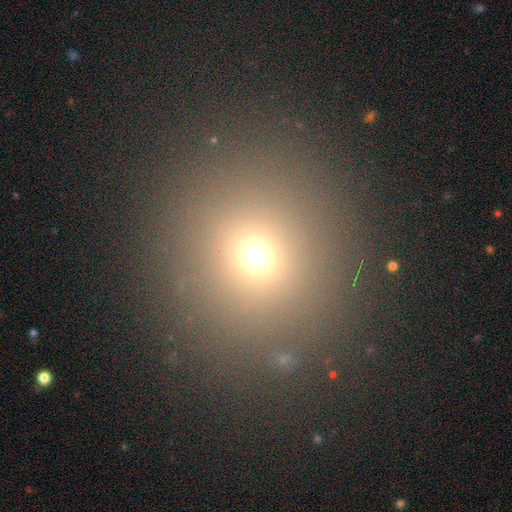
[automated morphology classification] smooth-or-featured: smooth: 66% | star or artifact: 25% | featured or disk: 10%
  how-rounded: round: 91% | in between: 8% | cigar-shaped: 1%
  merging: none: 87% | minor disturbance: 6% | major disturbance: 4% | merger: 2%